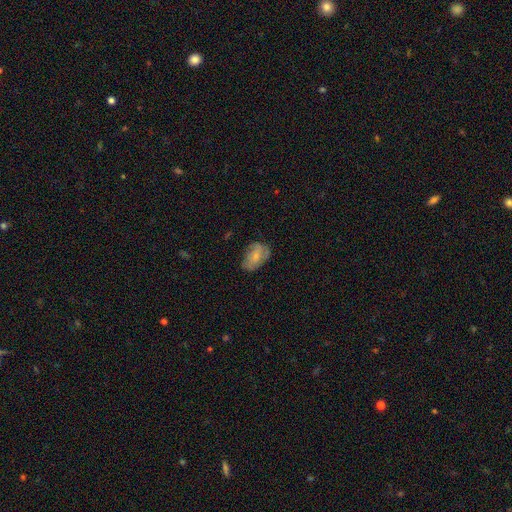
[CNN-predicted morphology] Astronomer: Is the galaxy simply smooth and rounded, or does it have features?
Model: smooth — 55% (runner-up: featured or disk, 37%).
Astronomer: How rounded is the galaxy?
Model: in between — 86%.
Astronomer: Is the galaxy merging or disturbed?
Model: none — 58%.